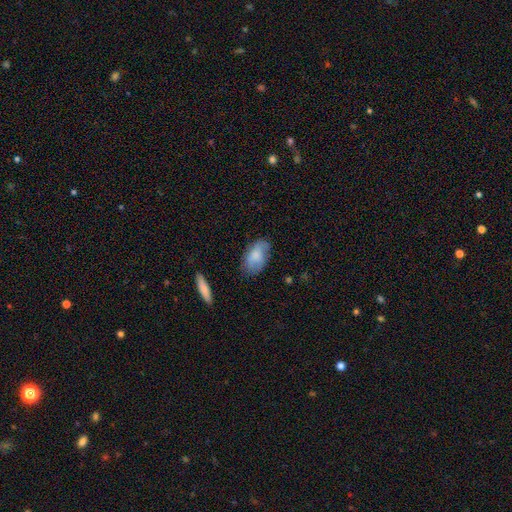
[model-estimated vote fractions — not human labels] Smooth or featured?
  - smooth: 76% *
  - featured or disk: 18%
  - star or artifact: 7%
How rounded?
  - in between: 92% *
  - round: 6%
  - cigar-shaped: 2%
Merging?
  - none: 65% *
  - minor disturbance: 26%
  - major disturbance: 7%
  - merger: 2%